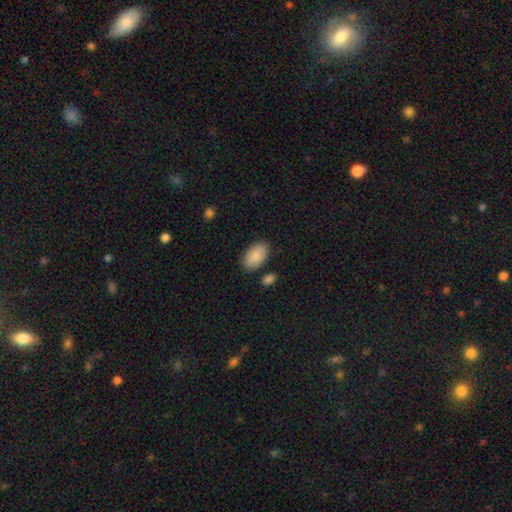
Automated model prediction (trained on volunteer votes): Smooth or featured: smooth — 89% (star or artifact — 6%)
How rounded: in between — 94% (round — 4%)
Merging: none — 83% (minor disturbance — 11%)